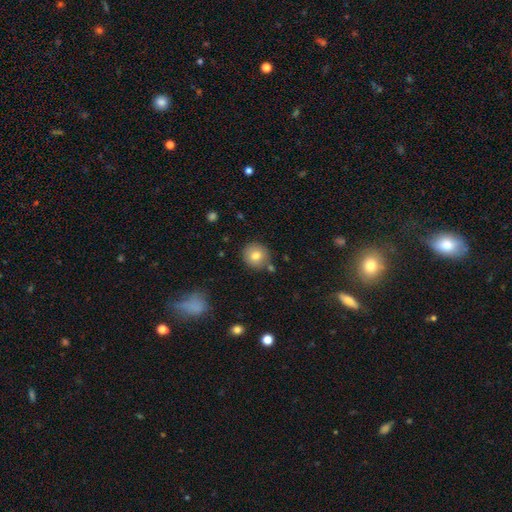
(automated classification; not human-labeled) smooth_or_featured: smooth (p=0.78) [alt: featured or disk p=0.12]
how_rounded: round (p=0.93) [alt: in between p=0.06]
merging: none (p=0.82) [alt: minor disturbance p=0.09]